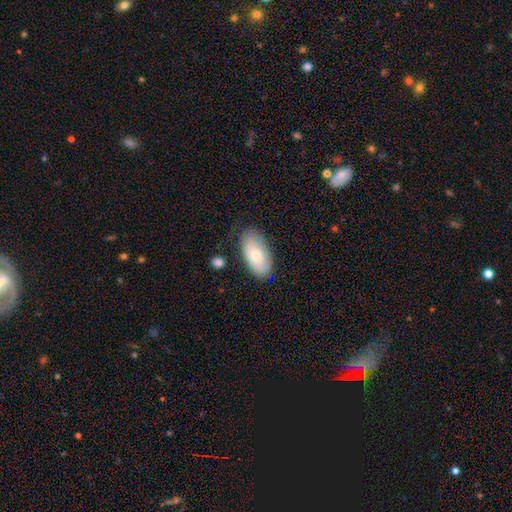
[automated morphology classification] Q: Smooth or featured?
A: smooth (75%); runner-up: featured or disk (19%)
Q: How rounded?
A: in between (94%); runner-up: cigar-shaped (3%)
Q: Merging?
A: none (75%); runner-up: minor disturbance (19%)